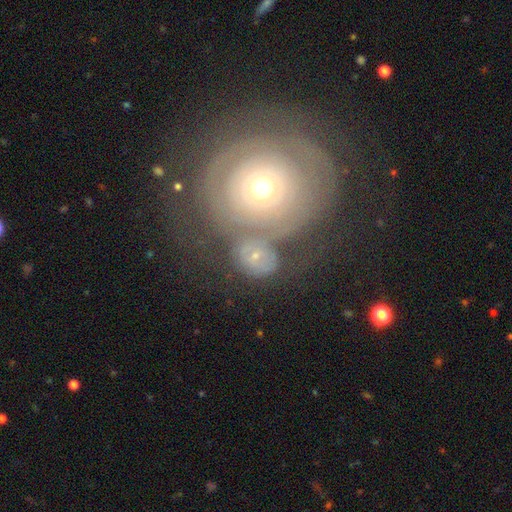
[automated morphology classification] This is possibly a featured or disk galaxy (55%). It is clearly not viewed edge-on (96%). Bar: likely no (75%). Spiral arm pattern: likely yes (68%). Central bulge: possibly moderate (48%). Merging: marginally none (40%).